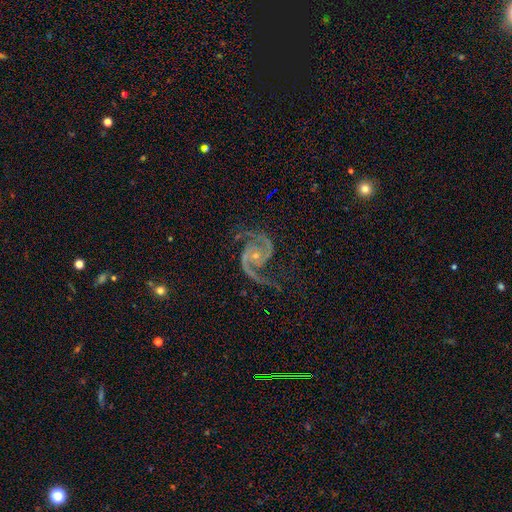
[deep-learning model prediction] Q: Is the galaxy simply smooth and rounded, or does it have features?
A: featured or disk — 94%.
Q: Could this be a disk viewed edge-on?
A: no — 98%.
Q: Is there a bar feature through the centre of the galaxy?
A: no — 70%.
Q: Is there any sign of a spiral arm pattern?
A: yes — 99%.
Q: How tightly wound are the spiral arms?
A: medium — 64%.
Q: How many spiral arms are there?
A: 2 — 93%.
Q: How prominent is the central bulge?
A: small — 72%.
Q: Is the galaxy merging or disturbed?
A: none — 73%.